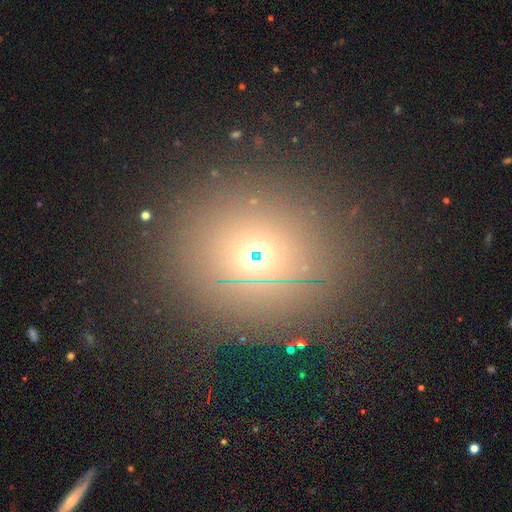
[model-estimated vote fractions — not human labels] A smooth galaxy with no disk features (48%).

Vote fractions:
- Smooth or featured? smooth: 48% / star or artifact: 39% / featured or disk: 13%
- Merging? none: 86% / minor disturbance: 8% / major disturbance: 4% / merger: 2%